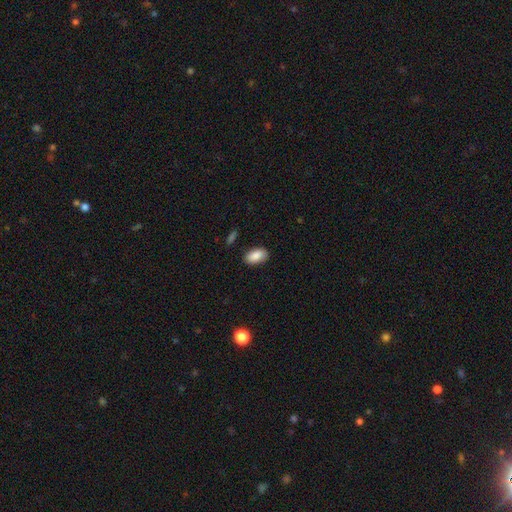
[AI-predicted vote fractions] smooth-or-featured: smooth: 88% | star or artifact: 7% | featured or disk: 5%
  how-rounded: in between: 94% | round: 4% | cigar-shaped: 2%
  merging: none: 86% | minor disturbance: 10% | major disturbance: 2% | merger: 2%